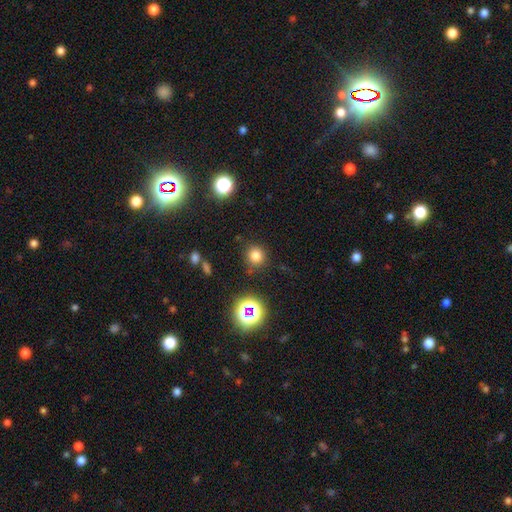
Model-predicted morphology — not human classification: A smooth galaxy with no disk features (75%) that is round (91%).

Vote fractions:
- Smooth or featured? smooth: 75% / star or artifact: 19% / featured or disk: 6%
- How rounded? round: 91% / in between: 8% / cigar-shaped: 1%
- Merging? none: 85% / minor disturbance: 8% / merger: 4% / major disturbance: 3%